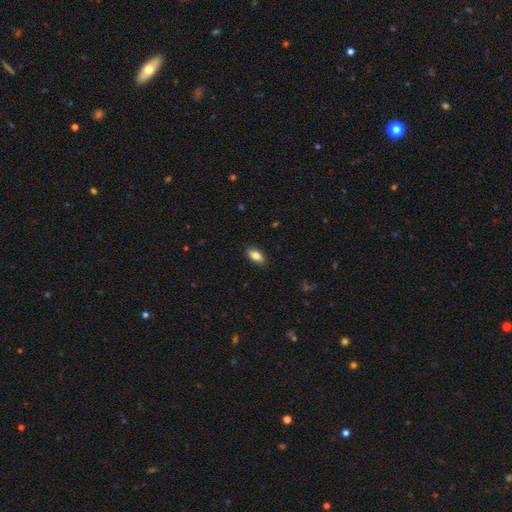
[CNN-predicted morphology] type=smooth (81%); roundness=in between (87%); merging=none (88%).